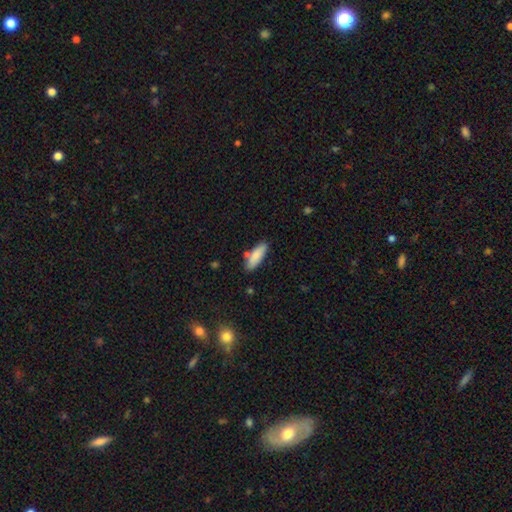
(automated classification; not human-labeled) This appears to be a smooth galaxy with no disk features (85%) that is in between round and cigar-shaped (53%). Merging: none (79%).